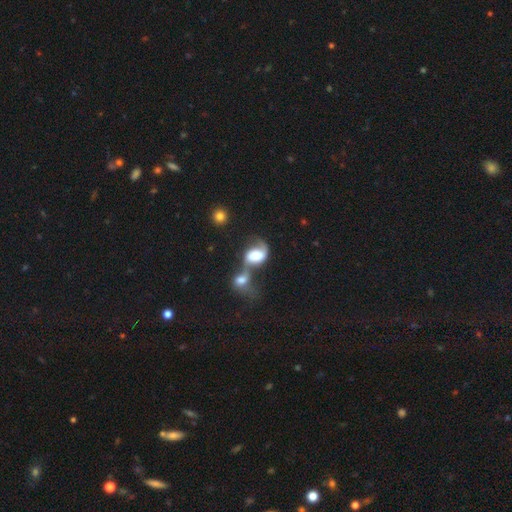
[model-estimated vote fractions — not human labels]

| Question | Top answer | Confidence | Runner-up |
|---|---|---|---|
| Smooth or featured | featured or disk | 48% | smooth (43%) |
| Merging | merger | 67% | major disturbance (14%) |